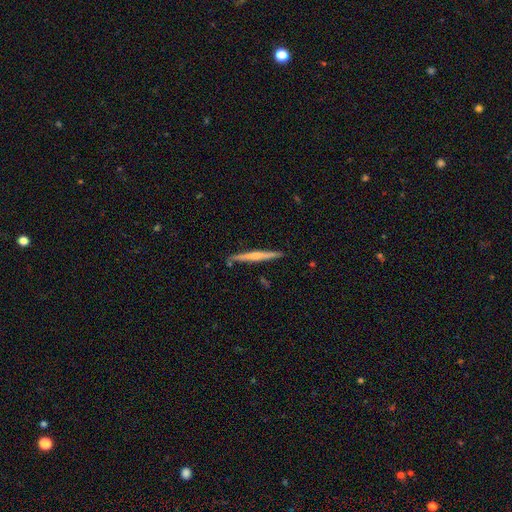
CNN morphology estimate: smooth-or-featured: featured or disk: 55% | smooth: 39% | star or artifact: 5%
  disk-edge-on: yes: 98% | no: 2%
    edge-on-bulge: rounded: 47% | none: 40% | boxy: 14%
  merging: none: 87% | minor disturbance: 9% | merger: 2% | major disturbance: 2%